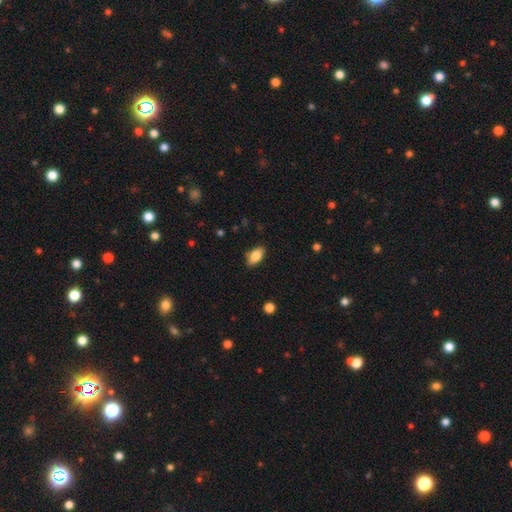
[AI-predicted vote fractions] smooth 84%, featured or disk 9%, star or artifact 7%. Down the decision tree: how rounded — in between (91%); merging — none (84%).